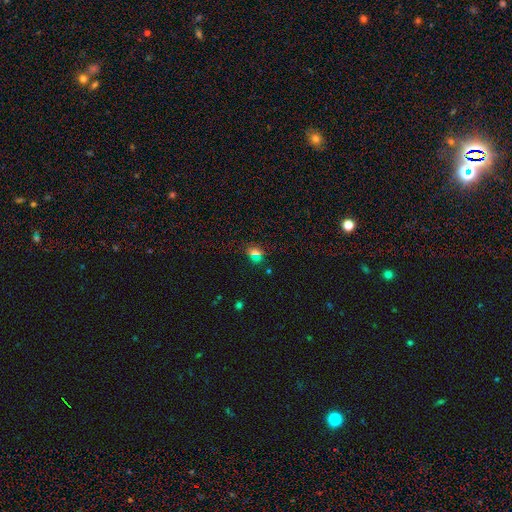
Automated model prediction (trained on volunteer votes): Smooth or featured?
  - smooth: 56% *
  - star or artifact: 34%
  - featured or disk: 11%
How rounded?
  - round: 60% *
  - in between: 36%
  - cigar-shaped: 4%
Merging?
  - none: 77% *
  - minor disturbance: 11%
  - merger: 7%
  - major disturbance: 5%